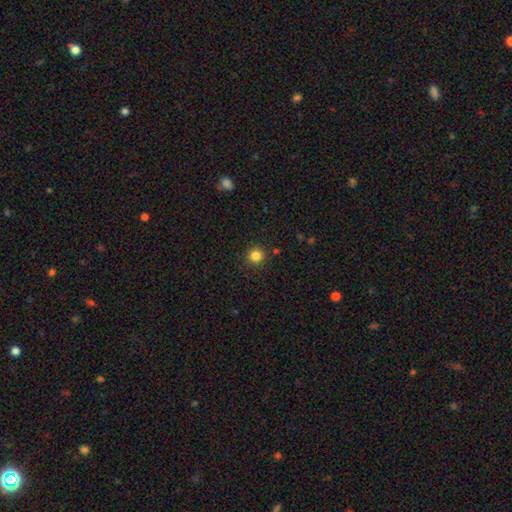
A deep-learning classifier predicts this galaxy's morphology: smooth-or-featured: smooth: 84% | star or artifact: 12% | featured or disk: 4%
  how-rounded: round: 94% | in between: 5% | cigar-shaped: 1%
  merging: none: 91% | minor disturbance: 6% | major disturbance: 2% | merger: 2%